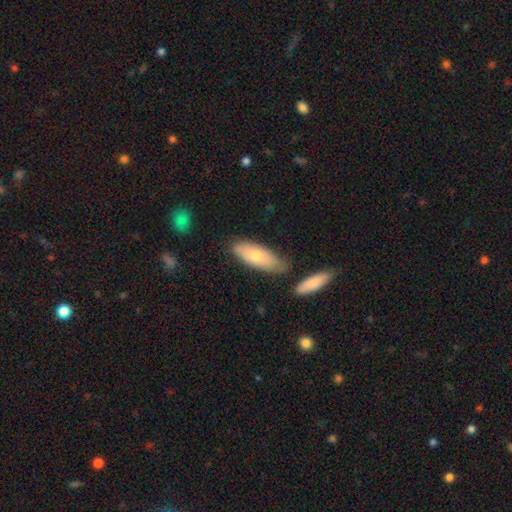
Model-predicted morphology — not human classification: A smooth galaxy with no disk features (71%) that is in between round and cigar-shaped (71%). Merging: none (64%).